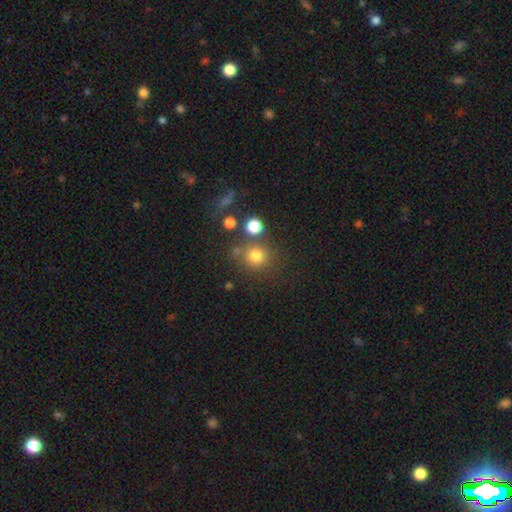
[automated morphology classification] A smooth galaxy with no disk features (77%) that is round (88%). Merging: none (72%).